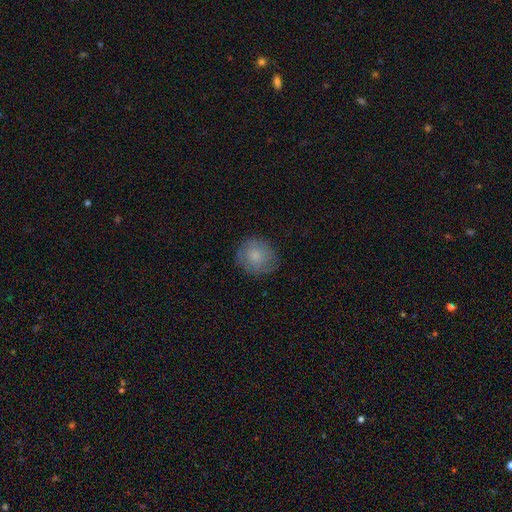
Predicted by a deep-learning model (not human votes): The model was most divided on "smooth or featured": smooth: 76%, featured or disk: 17%, star or artifact: 7%. More confident: how rounded — round (84%); merging — none (79%).